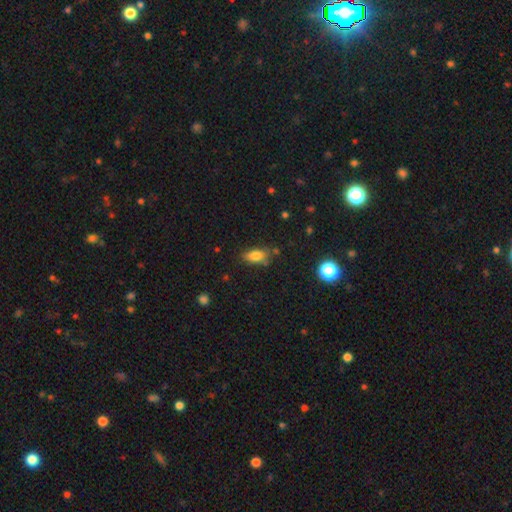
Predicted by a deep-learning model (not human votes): smooth 79%, star or artifact 11%, featured or disk 10%. Down the decision tree: how rounded — in between (84%); merging — none (70%).